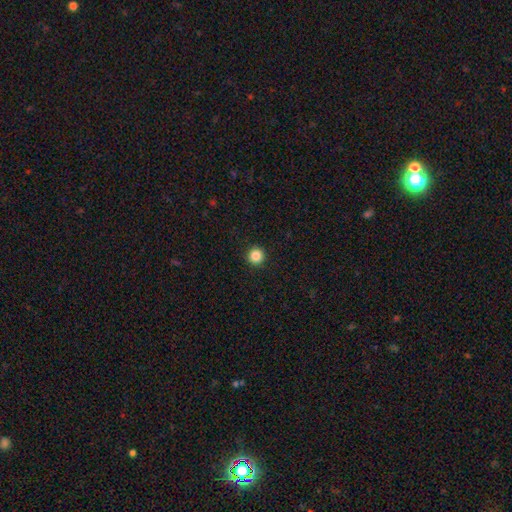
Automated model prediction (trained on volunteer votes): Morphology: type=smooth (86%); roundness=round (95%); merging=none (93%).